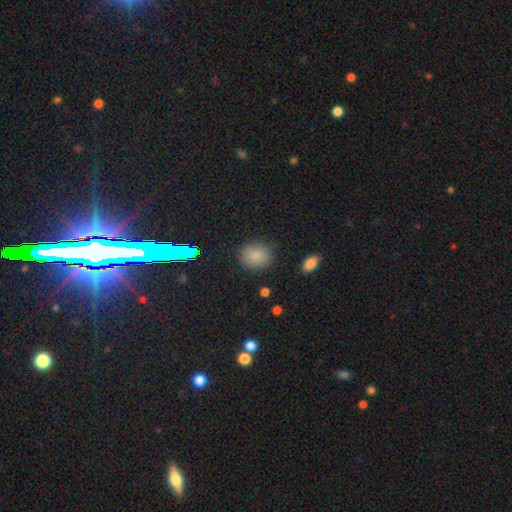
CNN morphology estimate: type=smooth (84%); roundness=round (66%); merging=none (85%).